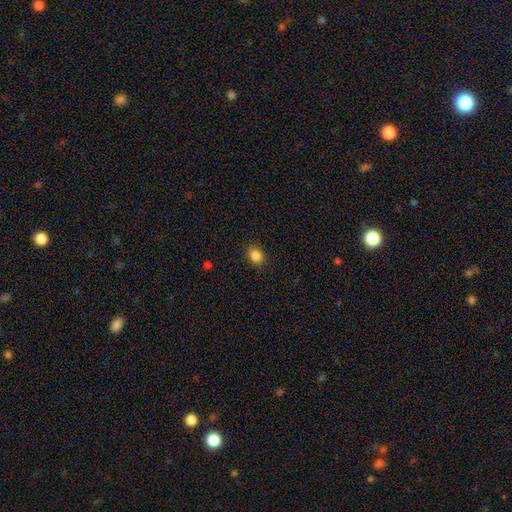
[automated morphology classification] A smooth galaxy with no disk features (85%) that is round (61%).

Vote fractions:
- Smooth or featured? smooth: 85% / star or artifact: 11% / featured or disk: 4%
- How rounded? round: 61% / in between: 39% / cigar-shaped: 1%
- Merging? none: 89% / minor disturbance: 8% / major disturbance: 2% / merger: 1%